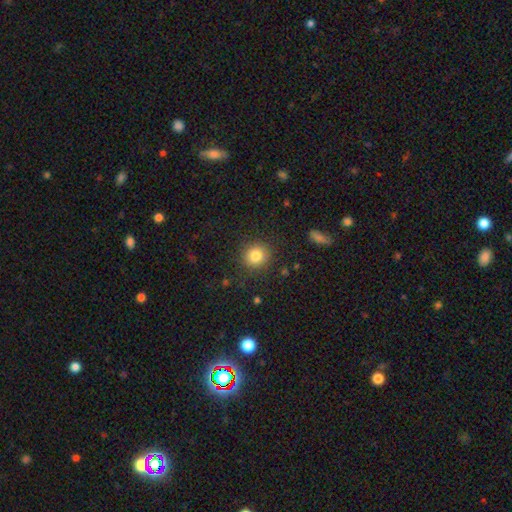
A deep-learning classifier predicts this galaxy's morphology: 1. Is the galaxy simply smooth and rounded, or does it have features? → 83% smooth, 11% star or artifact, 6% featured or disk.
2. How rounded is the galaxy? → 89% round, 10% in between, 1% cigar-shaped.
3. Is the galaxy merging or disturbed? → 88% none, 8% minor disturbance, 3% major disturbance, 1% merger.